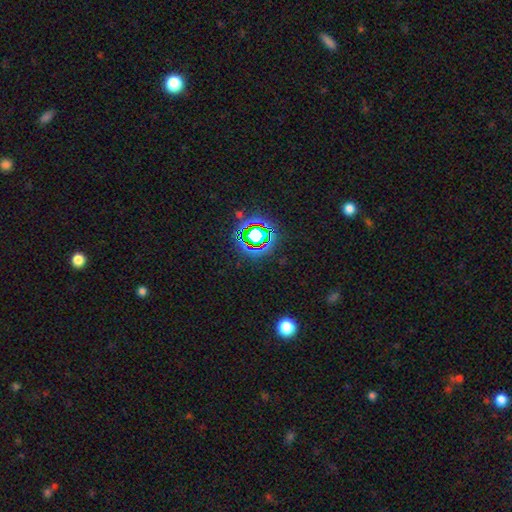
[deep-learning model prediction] Smooth or featured?
  - star or artifact: 74% *
  - smooth: 15%
  - featured or disk: 10%